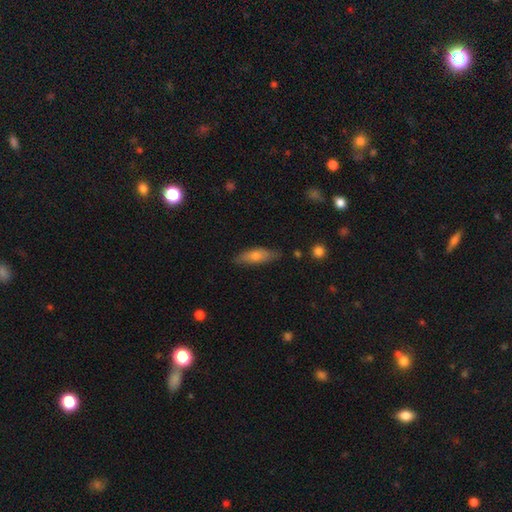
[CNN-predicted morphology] smooth 61%, featured or disk 33%, star or artifact 7%. Down the decision tree: how rounded — in between (50%); merging — none (79%).